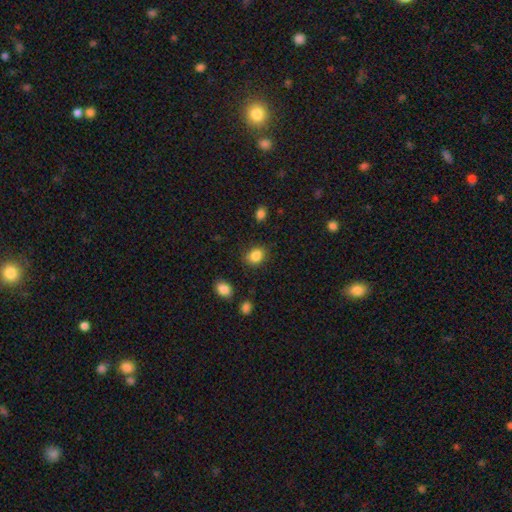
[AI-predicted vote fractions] A smooth galaxy with no disk features (86%) that is in between round and cigar-shaped (51%). Merging: none (80%).